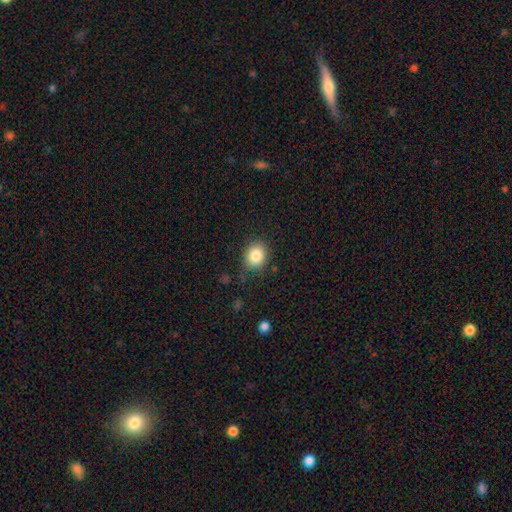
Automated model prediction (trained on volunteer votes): smooth 84%, star or artifact 10%, featured or disk 6%. Down the decision tree: how rounded — round (73%); merging — none (83%).